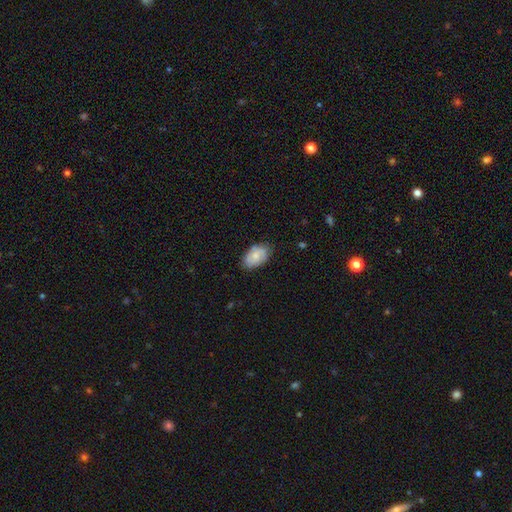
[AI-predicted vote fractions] This appears to be a smooth galaxy with no disk features (66%) that is in between round and cigar-shaped (90%). Merging: none (72%).